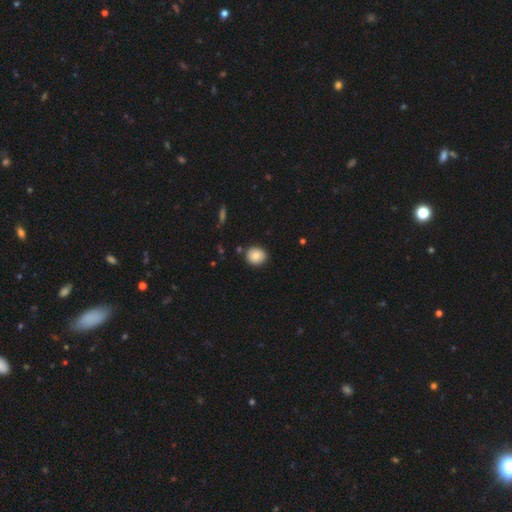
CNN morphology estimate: Q: Smooth or featured?
A: smooth (82%); runner-up: featured or disk (9%)
Q: How rounded?
A: round (79%); runner-up: in between (20%)
Q: Merging?
A: none (85%); runner-up: minor disturbance (10%)